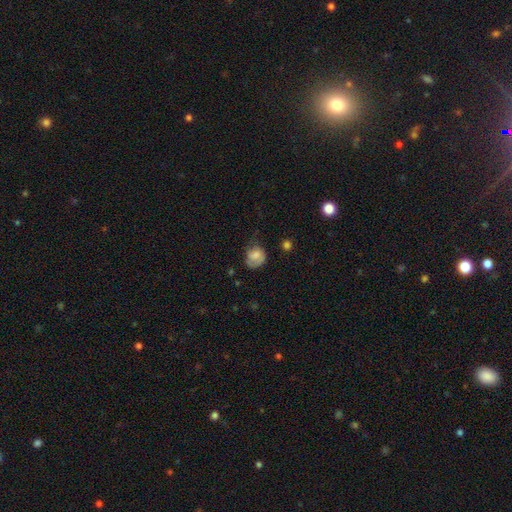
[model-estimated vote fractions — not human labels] A smooth galaxy with no disk features (66%) that is round (59%).

Vote fractions:
- Smooth or featured? smooth: 66% / featured or disk: 25% / star or artifact: 8%
- How rounded? round: 59% / in between: 40% / cigar-shaped: 1%
- Merging? none: 44% / minor disturbance: 34% / major disturbance: 19% / merger: 2%